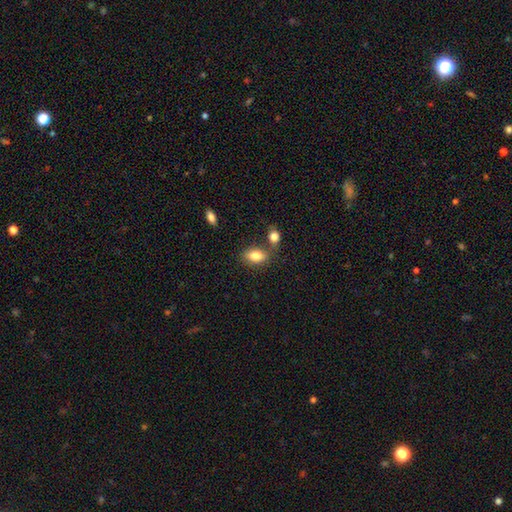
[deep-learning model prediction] smooth-or-featured: smooth: 83% | featured or disk: 9% | star or artifact: 8%
  how-rounded: in between: 87% | round: 10% | cigar-shaped: 3%
  merging: none: 63% | merger: 21% | minor disturbance: 13% | major disturbance: 4%